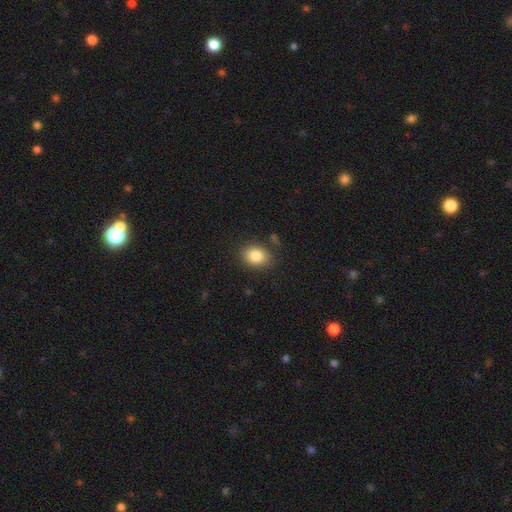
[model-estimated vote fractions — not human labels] The model was most divided on "how rounded": in between: 54%, round: 45%, cigar-shaped: 1%. More confident: smooth or featured — smooth (84%); merging — none (82%).